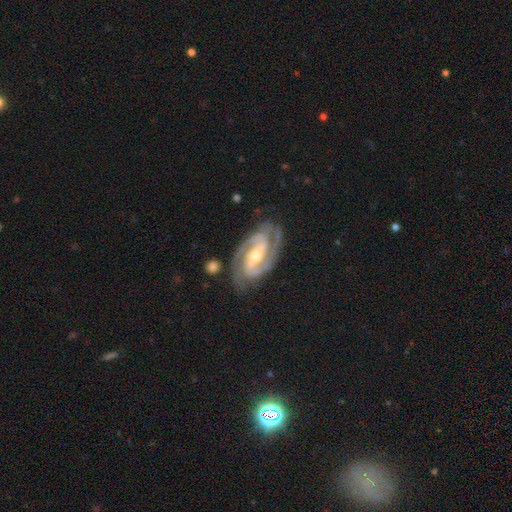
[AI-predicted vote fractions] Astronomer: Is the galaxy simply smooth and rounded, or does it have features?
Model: featured or disk — 93%.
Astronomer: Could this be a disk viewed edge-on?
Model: no — 97%.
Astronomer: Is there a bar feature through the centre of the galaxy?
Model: strong — 48% (runner-up: weak, 34%).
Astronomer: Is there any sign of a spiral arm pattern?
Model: yes — 99%.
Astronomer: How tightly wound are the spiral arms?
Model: tight — 57% (runner-up: medium, 38%).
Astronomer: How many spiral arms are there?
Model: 2 — 84%.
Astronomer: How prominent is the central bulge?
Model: moderate — 55% (runner-up: small, 40%).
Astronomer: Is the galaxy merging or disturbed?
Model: none — 82%.